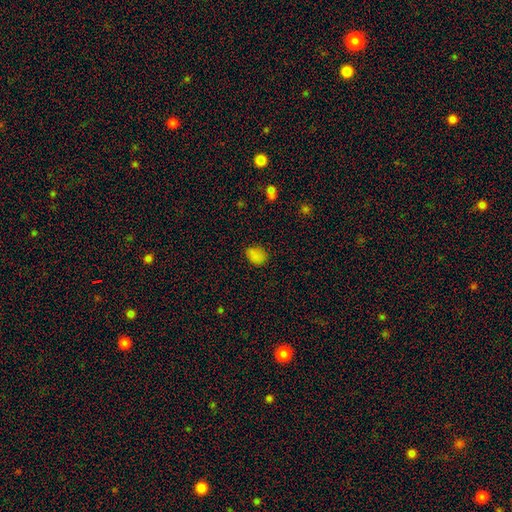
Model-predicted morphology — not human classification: smooth-or-featured: smooth: 80% | star or artifact: 15% | featured or disk: 5%
  how-rounded: in between: 69% | round: 30% | cigar-shaped: 1%
  merging: none: 77% | minor disturbance: 17% | major disturbance: 4% | merger: 2%